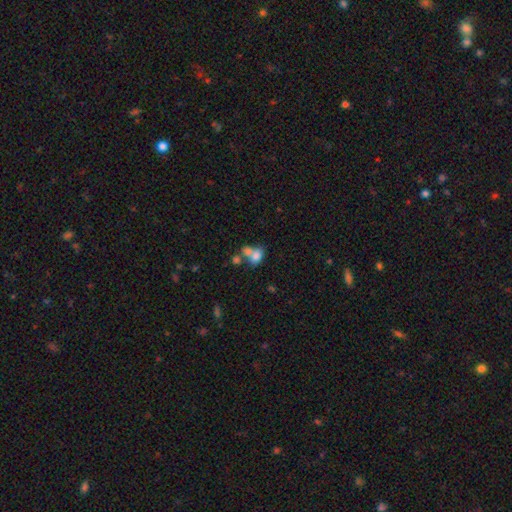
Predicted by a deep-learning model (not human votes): Morphology: type=smooth (72%); roundness=in between (79%); merging=merger (57%).